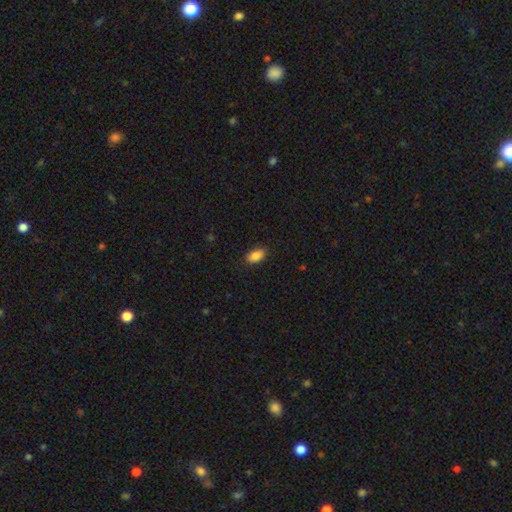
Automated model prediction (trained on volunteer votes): The model was most divided on "merging": none: 87%, minor disturbance: 10%, major disturbance: 2%, merger: 1%. More confident: how rounded — in between (93%); smooth or featured — smooth (87%).